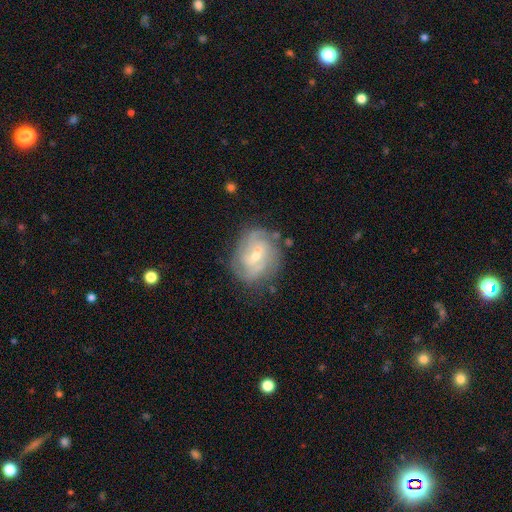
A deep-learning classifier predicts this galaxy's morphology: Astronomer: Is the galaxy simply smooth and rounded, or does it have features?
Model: featured or disk — 80%.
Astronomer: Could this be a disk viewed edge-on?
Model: no — 97%.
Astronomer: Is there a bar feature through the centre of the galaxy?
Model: weak — 55%.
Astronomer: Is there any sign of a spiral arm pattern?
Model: yes — 92%.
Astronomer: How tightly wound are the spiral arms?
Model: tight — 51% (runner-up: medium, 37%).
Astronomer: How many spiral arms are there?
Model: can't tell — 30% (runner-up: 2, 28%).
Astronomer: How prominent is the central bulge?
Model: small — 58% (runner-up: moderate, 38%).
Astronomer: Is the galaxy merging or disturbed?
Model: none — 73%.